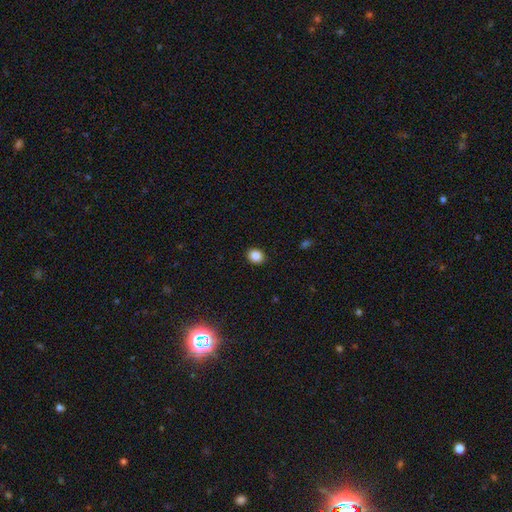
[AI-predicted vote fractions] Smooth or featured? Predicted: smooth (p=0.86). How rounded? Predicted: round (p=0.63). Merging? Predicted: none (p=0.91).